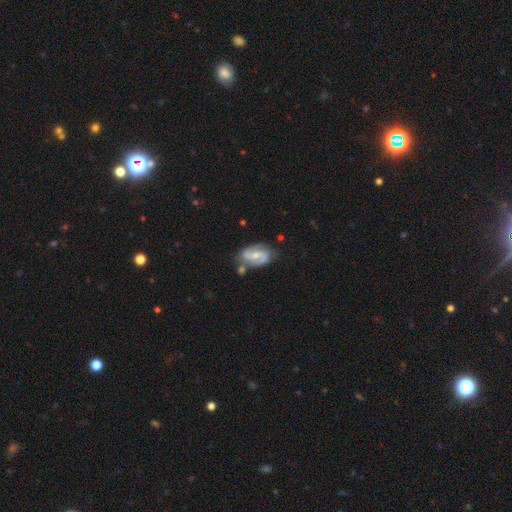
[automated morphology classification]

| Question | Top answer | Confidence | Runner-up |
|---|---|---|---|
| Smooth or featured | featured or disk | 79% | smooth (16%) |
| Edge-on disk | no | 97% | yes (3%) |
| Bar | weak | 47% | no (38%) |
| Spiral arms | yes | 94% | no (6%) |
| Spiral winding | medium | 50% | loose (26%) |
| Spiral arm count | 2 | 89% | can't tell (6%) |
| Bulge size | moderate | 51% | small (42%) |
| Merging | none | 65% | minor disturbance (20%) |